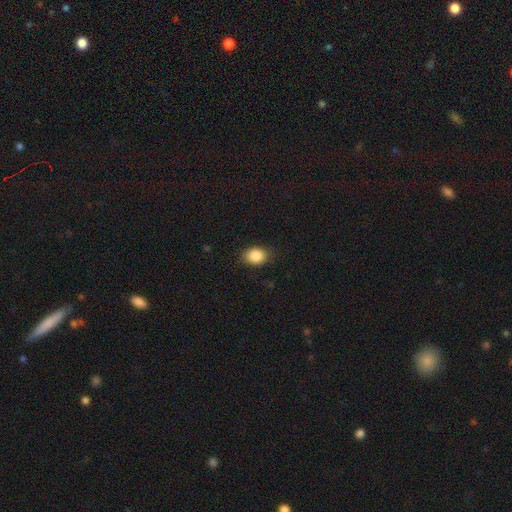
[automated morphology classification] type=smooth (86%); roundness=in between (73%); merging=none (83%).